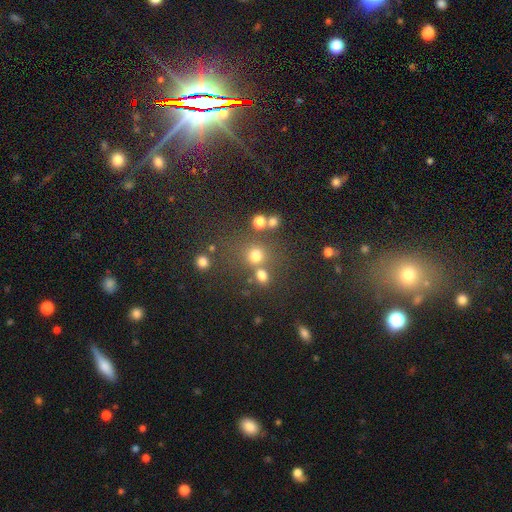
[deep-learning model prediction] Smooth or featured? smooth (71%)
How rounded? round (83%)
Merging? none (61%)